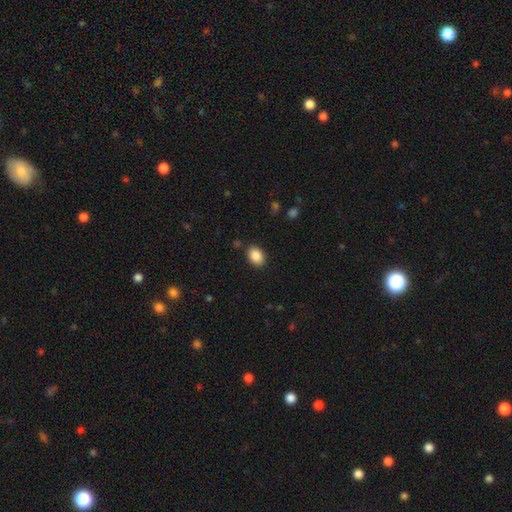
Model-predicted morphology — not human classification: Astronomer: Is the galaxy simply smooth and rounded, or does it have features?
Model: smooth — 88%.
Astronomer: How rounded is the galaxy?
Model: in between — 77%.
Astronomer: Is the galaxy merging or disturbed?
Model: none — 87%.